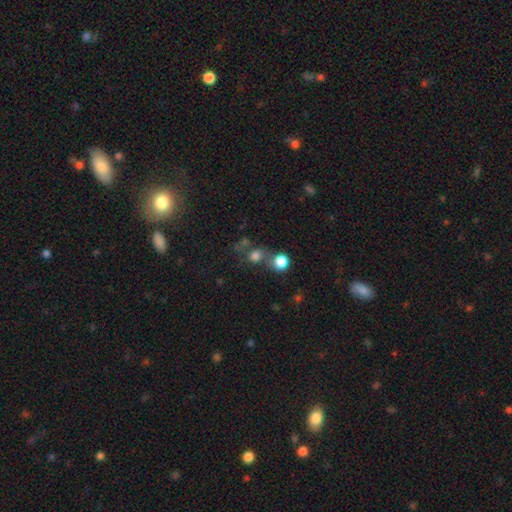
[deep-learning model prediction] This appears to be a smooth galaxy with no disk features (71%) that is round (74%). Merging: none (46%).